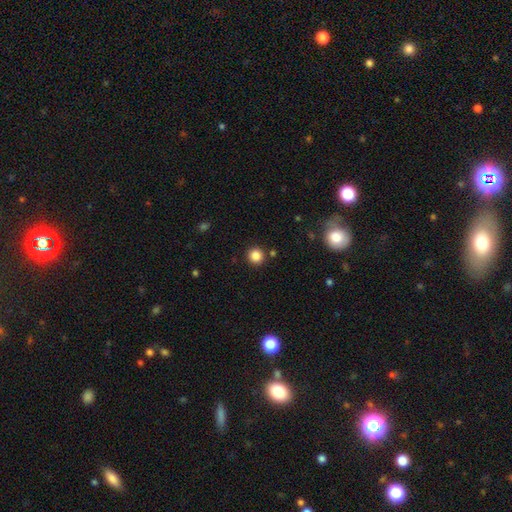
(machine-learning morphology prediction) The model was most divided on "smooth or featured": smooth: 85%, star or artifact: 11%, featured or disk: 4%. More confident: how rounded — round (94%); merging — none (90%).